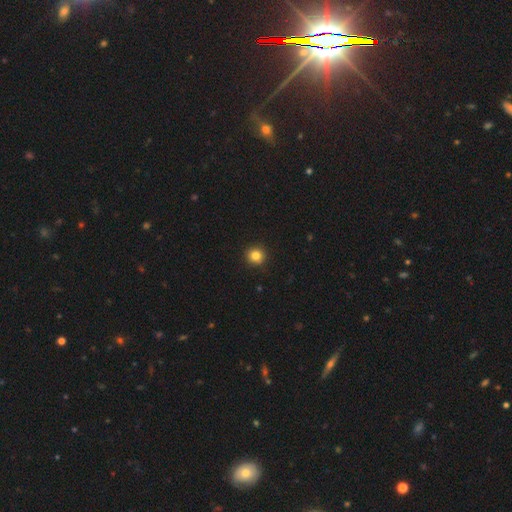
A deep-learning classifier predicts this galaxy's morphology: Overall: smooth (83%). How rounded: round (93%). Merging: none (93%).